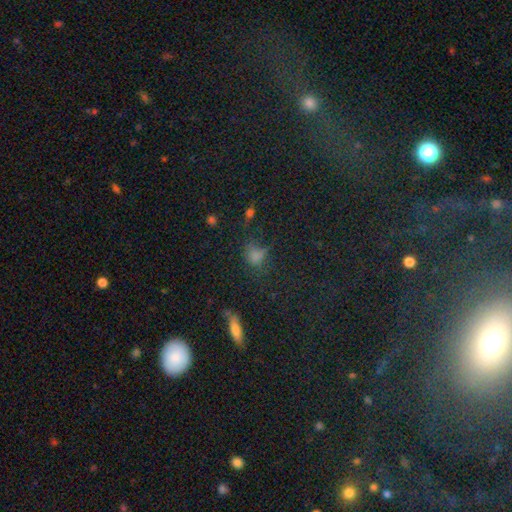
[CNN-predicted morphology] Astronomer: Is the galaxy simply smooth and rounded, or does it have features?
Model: smooth — 60%.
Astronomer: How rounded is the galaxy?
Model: in between — 50% (runner-up: round, 45%).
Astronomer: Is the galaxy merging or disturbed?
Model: none — 60%.